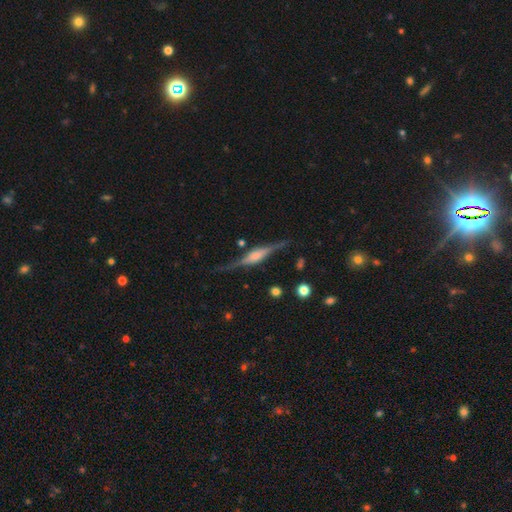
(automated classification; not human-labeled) Smooth or featured?
  - featured or disk: 84% *
  - smooth: 10%
  - star or artifact: 6%
Edge-on disk?
  - yes: 97% *
  - no: 3%
Edge-on bulge?
  - rounded: 64% *
  - boxy: 31%
  - none: 5%
Merging?
  - none: 80% *
  - minor disturbance: 14%
  - major disturbance: 4%
  - merger: 2%